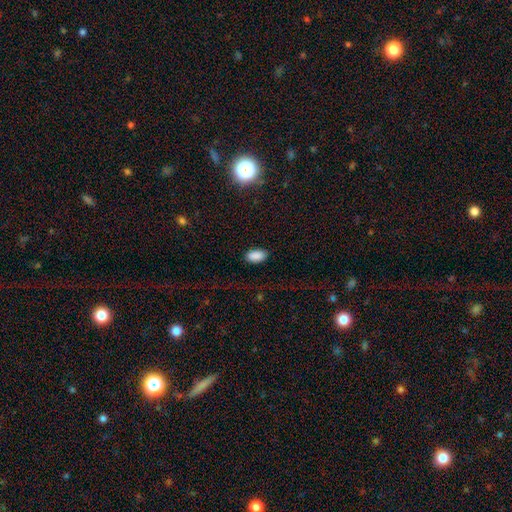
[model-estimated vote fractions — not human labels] Smooth or featured? smooth (88%)
How rounded? in between (94%)
Merging? none (86%)